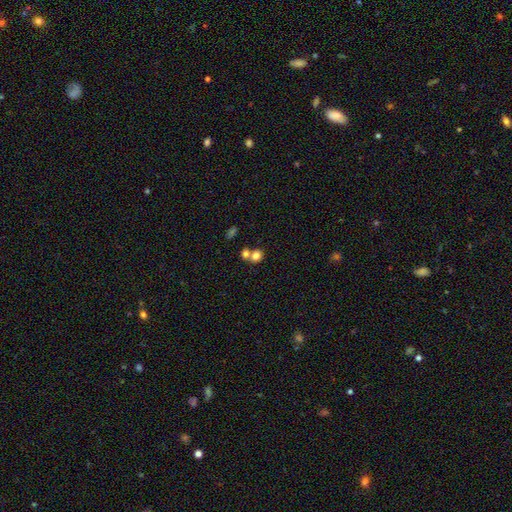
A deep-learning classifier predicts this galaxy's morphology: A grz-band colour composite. It shows a smooth galaxy with no disk features (79%) that is round (71%). Merging: merger (46%).